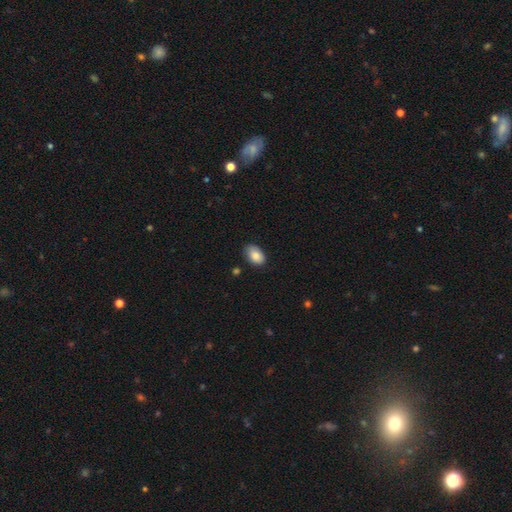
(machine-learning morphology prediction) Smooth or featured? smooth (85%)
How rounded? in between (89%)
Merging? none (80%)